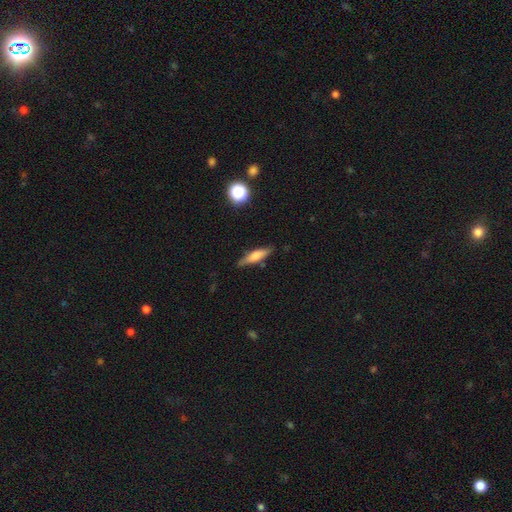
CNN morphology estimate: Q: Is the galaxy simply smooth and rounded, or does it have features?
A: smooth — 58%.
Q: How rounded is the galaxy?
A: cigar-shaped — 72%.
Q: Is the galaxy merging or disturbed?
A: none — 81%.